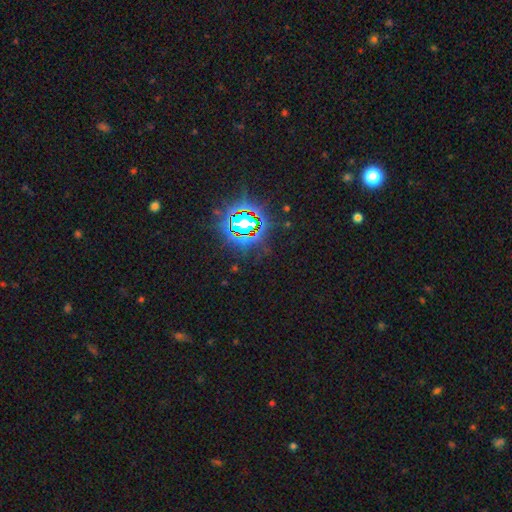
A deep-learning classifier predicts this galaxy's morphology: A star or artifact, not a galaxy (82%).